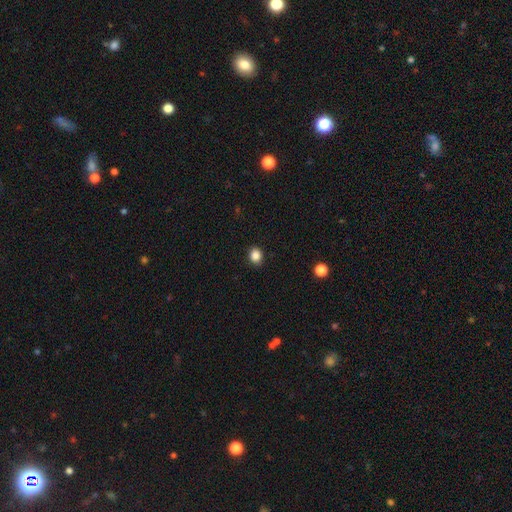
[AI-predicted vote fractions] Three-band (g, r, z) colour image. It shows a smooth galaxy with no disk features (86%) that is round (60%). Merging: none (90%).